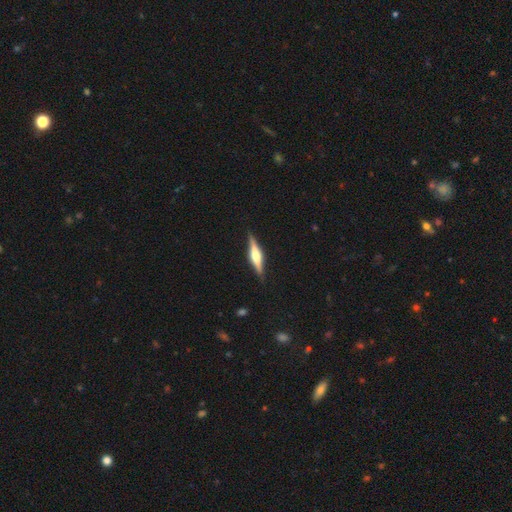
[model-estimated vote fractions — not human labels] The model was most divided on "smooth or featured": featured or disk: 69%, smooth: 25%, star or artifact: 5%. More confident: edge-on disk — yes (97%); merging — none (88%); edge-on bulge — rounded (79%).